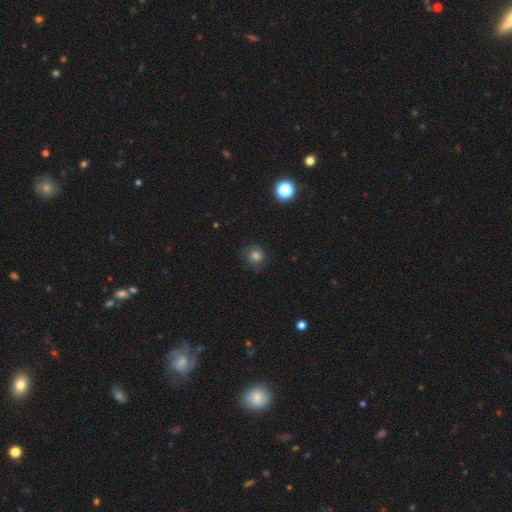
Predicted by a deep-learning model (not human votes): Smooth or featured?
  - smooth: 61% *
  - featured or disk: 25%
  - star or artifact: 14%
How rounded?
  - round: 86% *
  - in between: 13%
  - cigar-shaped: 1%
Merging?
  - none: 74% *
  - minor disturbance: 17%
  - major disturbance: 7%
  - merger: 1%